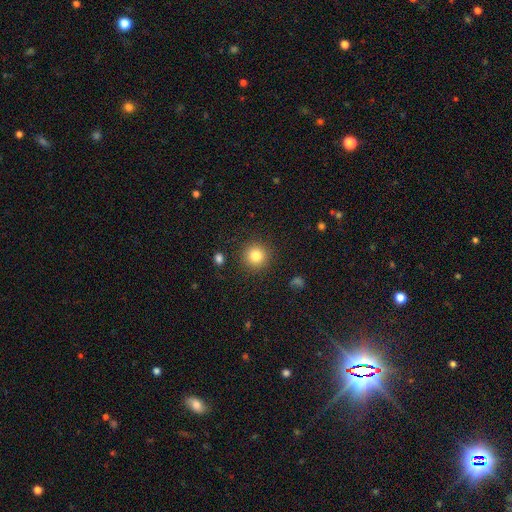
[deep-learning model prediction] Smooth or featured? Predicted: smooth (p=0.83). How rounded? Predicted: round (p=0.94). Merging? Predicted: none (p=0.90).